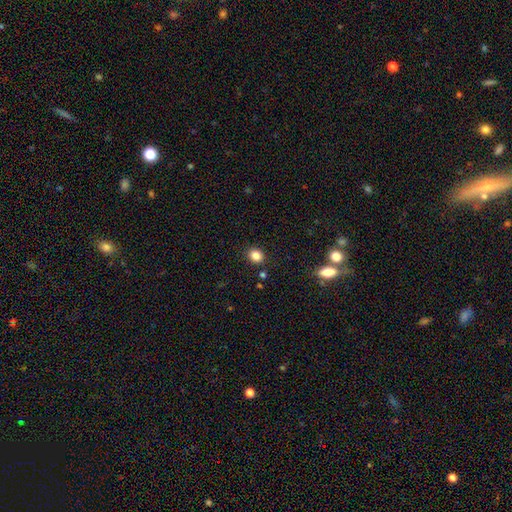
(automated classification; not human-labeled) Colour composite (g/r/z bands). It shows a smooth galaxy with no disk features (84%) that is round (71%). Merging: none (88%).